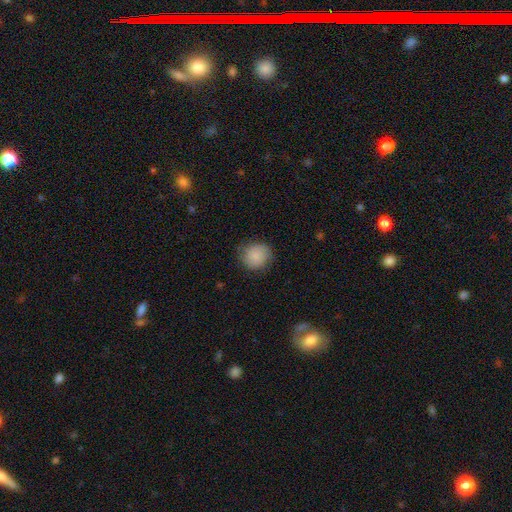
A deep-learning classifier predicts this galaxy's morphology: Overall: smooth (87%). How rounded: round (87%). Merging: none (81%).